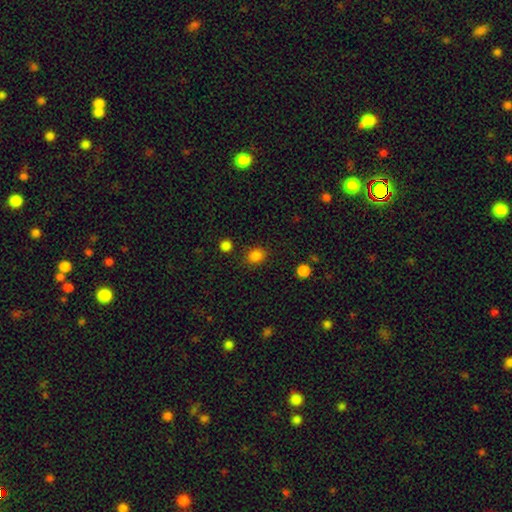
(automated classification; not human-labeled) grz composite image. It shows a smooth galaxy with no disk features (84%) that is round (61%). Merging: none (83%).